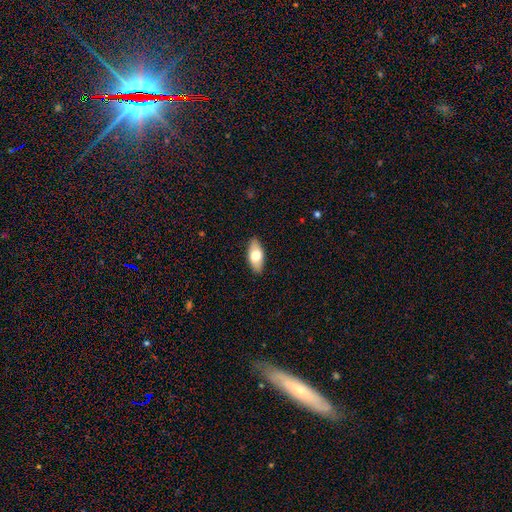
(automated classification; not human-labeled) smooth_or_featured: smooth (p=0.70) [alt: featured or disk p=0.24]
how_rounded: in between (p=0.89) [alt: cigar-shaped p=0.08]
merging: none (p=0.88) [alt: minor disturbance p=0.09]